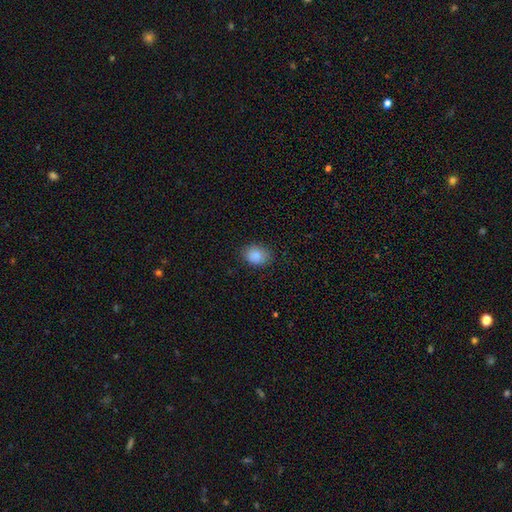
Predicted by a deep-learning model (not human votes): Smooth or featured: smooth — 87% (star or artifact — 8%)
How rounded: in between — 61% (round — 38%)
Merging: none — 84% (minor disturbance — 12%)